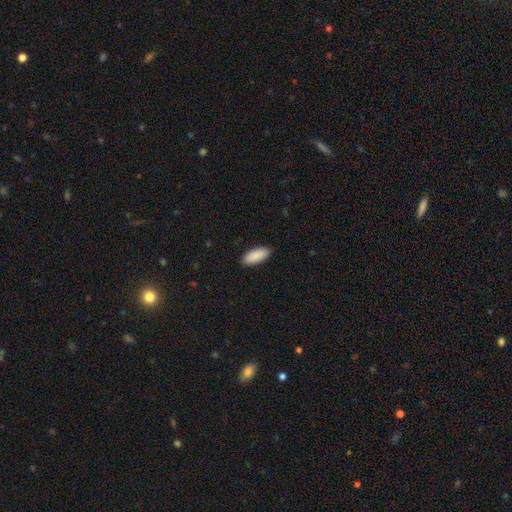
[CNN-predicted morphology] This is clearly a smooth galaxy (91%). How rounded: clearly in between (86%). Merging: clearly none (90%).